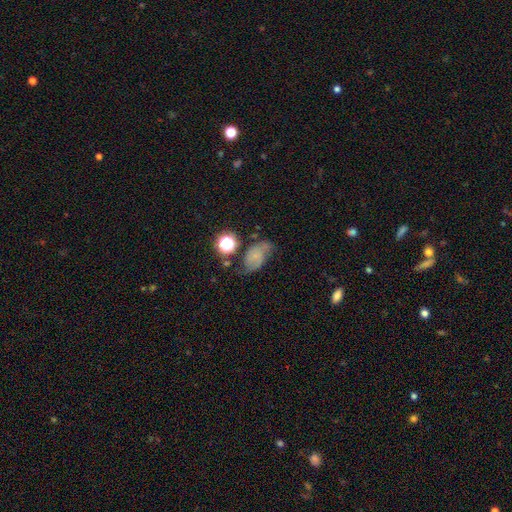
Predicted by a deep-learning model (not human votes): Smooth or featured? featured or disk (54%)
Edge-on disk? no (96%)
Bar? no (72%)
Spiral arms? yes (87%)
Bulge size? small (55%)
Merging? none (52%)